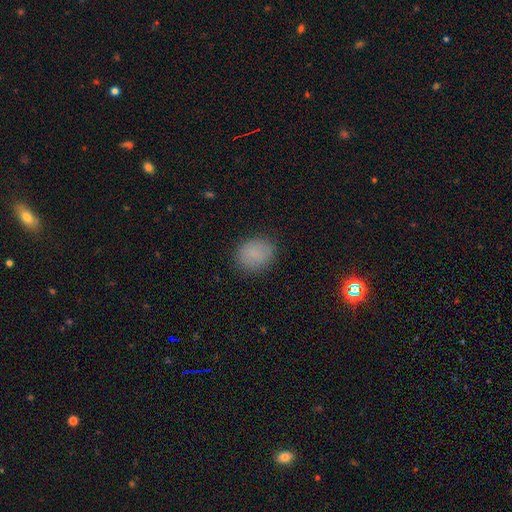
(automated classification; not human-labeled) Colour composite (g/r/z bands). It shows a smooth galaxy with no disk features (83%) that is round (66%). Merging: none (87%).